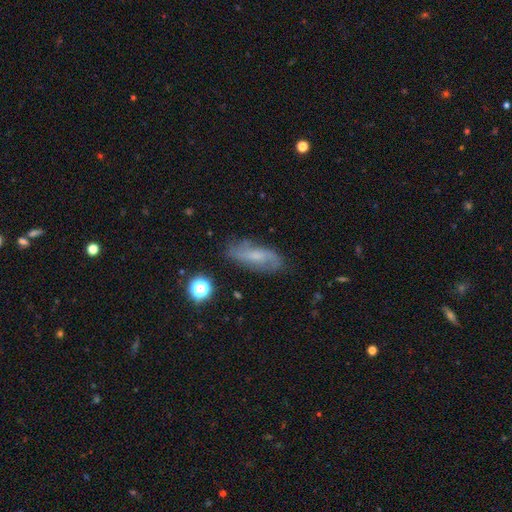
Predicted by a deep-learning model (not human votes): A featured or disk galaxy (59%) with a weak bar (47%), spiral arms (88%) and a small central bulge (49%). Merging: none (76%).